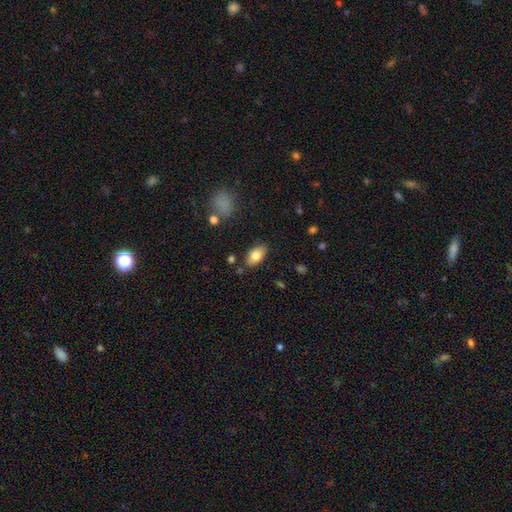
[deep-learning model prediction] Smooth or featured: smooth — 79% (featured or disk — 13%)
How rounded: in between — 92% (round — 5%)
Merging: none — 82% (minor disturbance — 12%)